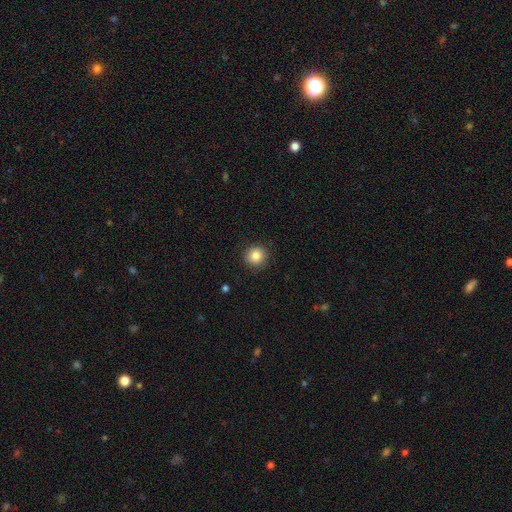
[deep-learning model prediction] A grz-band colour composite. It shows a smooth galaxy with no disk features (85%) that is round (93%). Merging: none (91%).